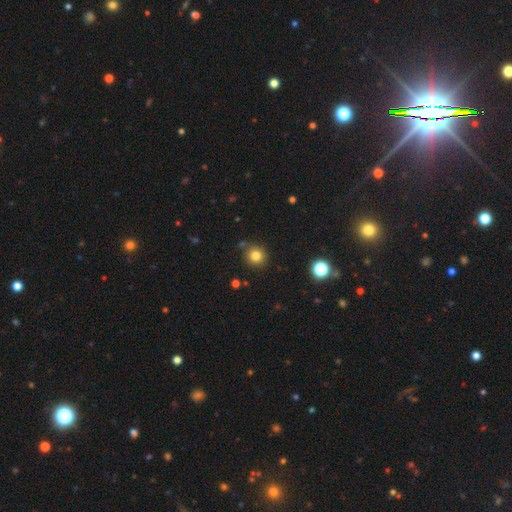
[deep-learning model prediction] The model was most divided on "smooth or featured": smooth: 80%, star or artifact: 13%, featured or disk: 7%. More confident: how rounded — round (92%); merging — none (83%).